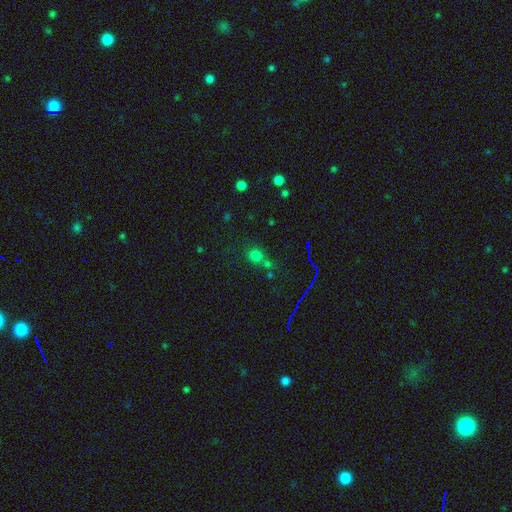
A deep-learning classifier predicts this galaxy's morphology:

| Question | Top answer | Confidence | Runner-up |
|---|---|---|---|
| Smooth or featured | smooth | 68% | star or artifact (25%) |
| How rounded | round | 84% | in between (15%) |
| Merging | none | 58% | merger (26%) |